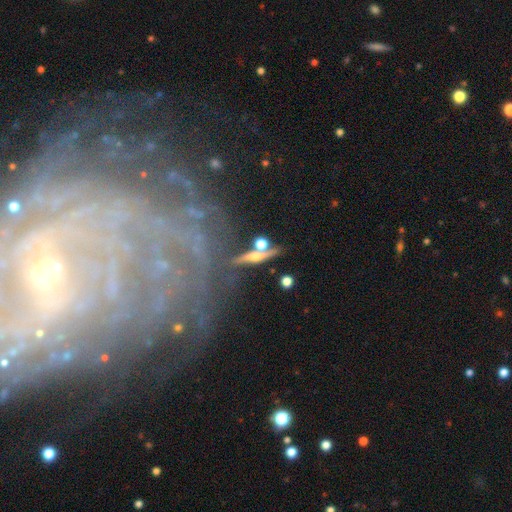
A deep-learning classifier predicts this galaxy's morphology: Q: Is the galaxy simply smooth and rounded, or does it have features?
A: featured or disk — 60%.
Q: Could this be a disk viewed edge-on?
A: yes — 83%.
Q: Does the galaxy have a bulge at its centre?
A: rounded — 89%.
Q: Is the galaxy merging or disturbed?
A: none — 59%.